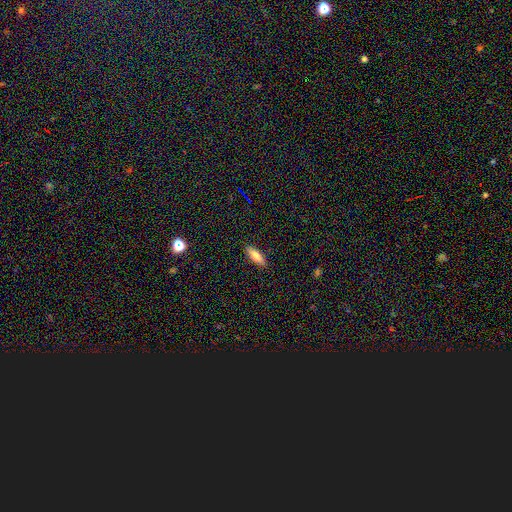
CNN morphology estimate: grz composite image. It shows a smooth galaxy with no disk features (79%) that is in between round and cigar-shaped (57%). Merging: none (89%).